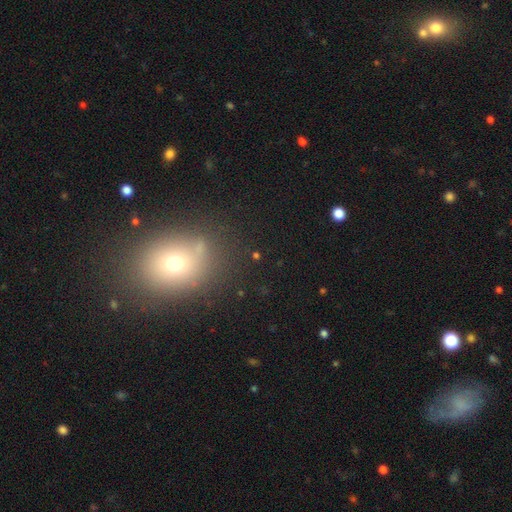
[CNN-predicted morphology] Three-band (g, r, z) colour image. It shows a smooth galaxy with no disk features (49%). Merging: none (74%).